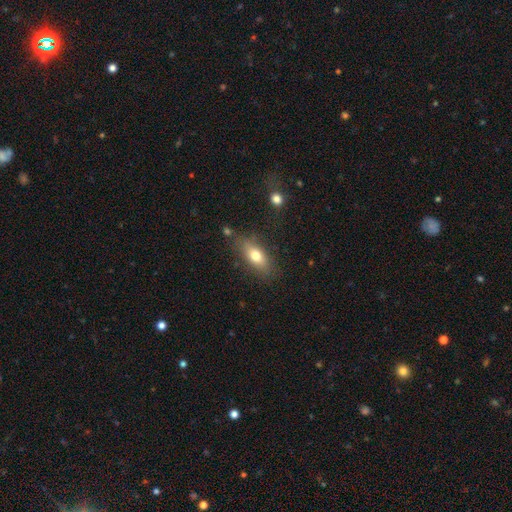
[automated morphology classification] Smooth or featured? smooth (72%)
How rounded? in between (76%)
Merging? none (77%)